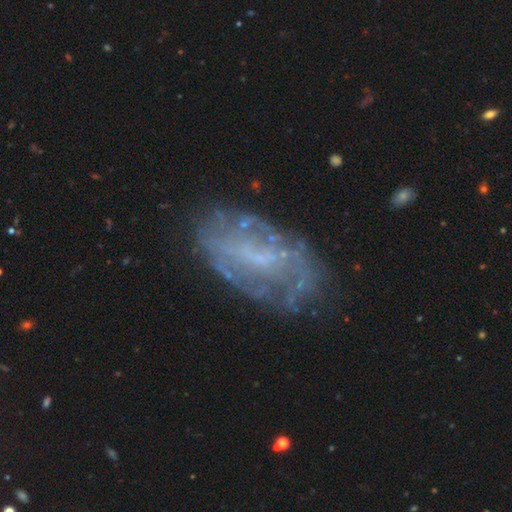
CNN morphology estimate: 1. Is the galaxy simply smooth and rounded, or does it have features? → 72% featured or disk, 19% smooth, 10% star or artifact.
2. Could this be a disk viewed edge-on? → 95% no, 5% yes.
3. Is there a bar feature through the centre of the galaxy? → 48% no, 39% weak, 13% strong.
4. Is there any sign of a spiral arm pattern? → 52% yes, 48% no.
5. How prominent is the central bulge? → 46% none, 36% small, 15% moderate, 2% large, 1% dominant.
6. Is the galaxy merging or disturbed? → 65% none, 20% minor disturbance, 12% major disturbance, 3% merger.